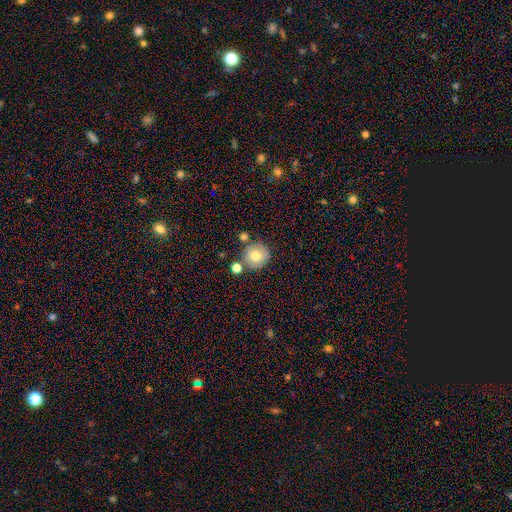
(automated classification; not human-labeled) Smooth or featured? smooth (73%)
How rounded? round (87%)
Merging? none (67%)